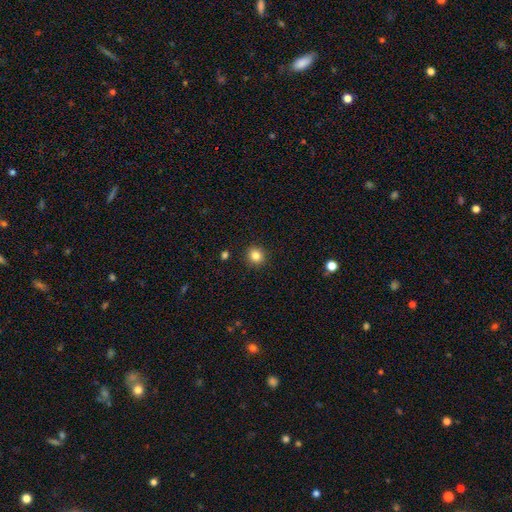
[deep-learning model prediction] smooth_or_featured: smooth (p=0.83) [alt: star or artifact p=0.11]
how_rounded: round (p=0.90) [alt: in between p=0.09]
merging: none (p=0.92) [alt: minor disturbance p=0.05]